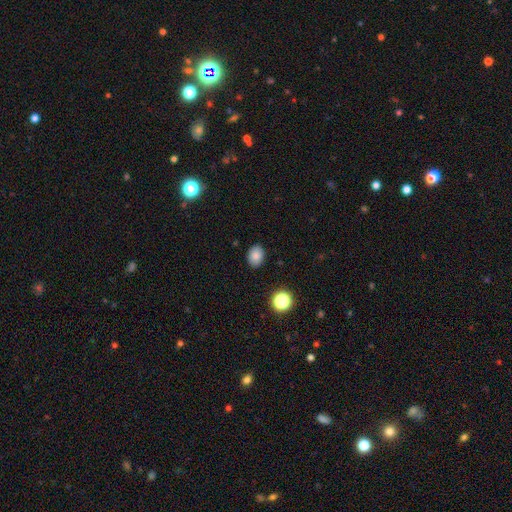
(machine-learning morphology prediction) Smooth or featured? smooth (84%)
How rounded? in between (62%)
Merging? none (88%)